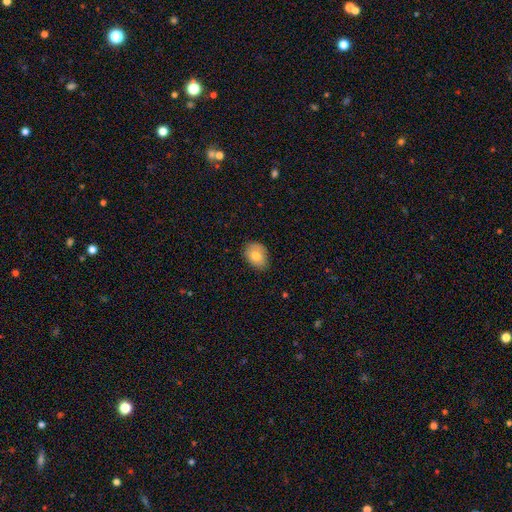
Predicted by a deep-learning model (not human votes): Smooth or featured? smooth (78%)
How rounded? in between (71%)
Merging? none (77%)